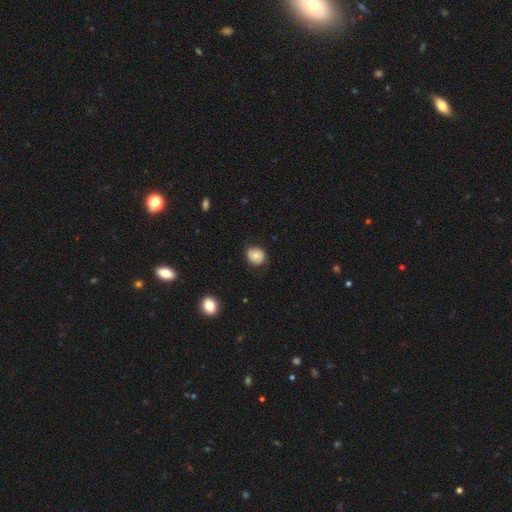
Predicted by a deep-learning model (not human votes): smooth-or-featured: smooth: 75% | featured or disk: 16% | star or artifact: 9%
  how-rounded: round: 73% | in between: 27% | cigar-shaped: 1%
  merging: none: 75% | minor disturbance: 19% | major disturbance: 4% | merger: 1%